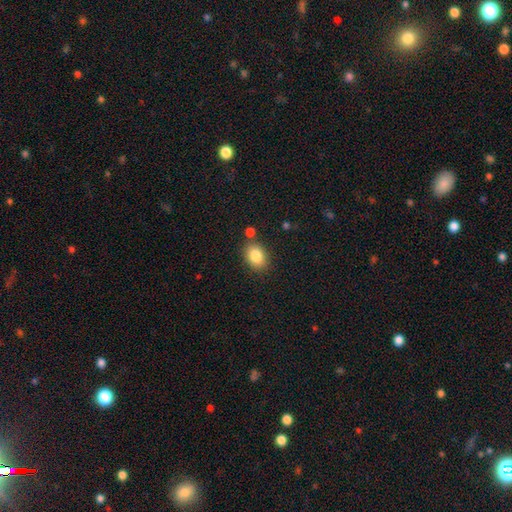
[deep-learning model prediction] The model was most divided on "how rounded": in between: 75%, round: 24%, cigar-shaped: 1%. More confident: smooth or featured — smooth (85%); merging — none (79%).